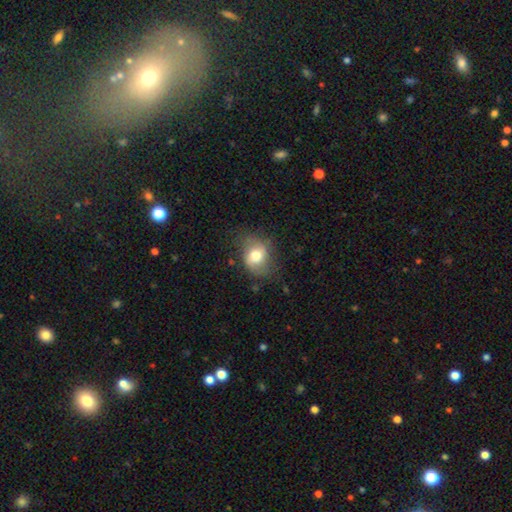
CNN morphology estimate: smooth-or-featured: smooth: 65% | featured or disk: 26% | star or artifact: 8%
  how-rounded: in between: 54% | round: 45% | cigar-shaped: 1%
  merging: none: 62% | minor disturbance: 25% | major disturbance: 11% | merger: 2%